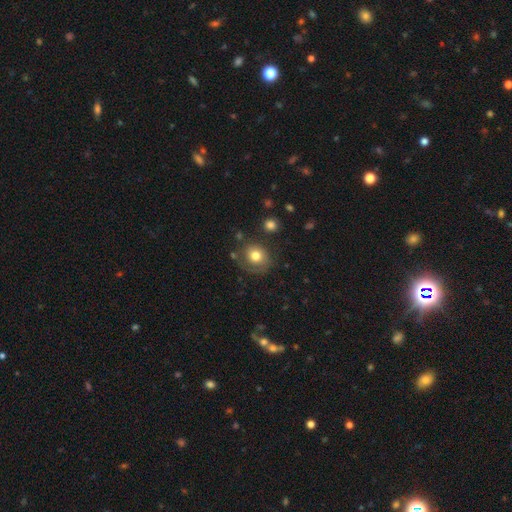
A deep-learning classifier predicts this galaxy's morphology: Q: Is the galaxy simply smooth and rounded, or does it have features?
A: smooth — 68%.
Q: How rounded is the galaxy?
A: round — 76%.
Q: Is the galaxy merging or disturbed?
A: none — 64%.